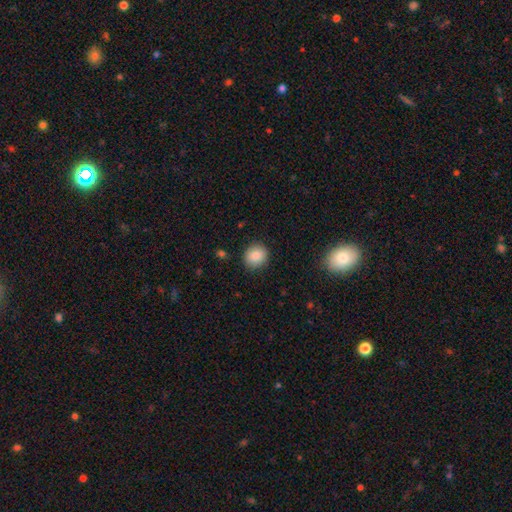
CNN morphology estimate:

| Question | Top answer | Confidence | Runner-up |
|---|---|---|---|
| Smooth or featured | smooth | 86% | star or artifact (9%) |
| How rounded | round | 78% | in between (21%) |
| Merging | none | 89% | minor disturbance (8%) |